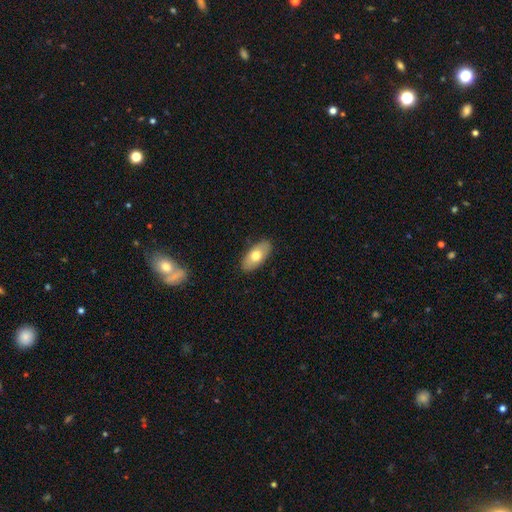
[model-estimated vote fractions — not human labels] This is likely a smooth galaxy (69%). How rounded: clearly in between (91%). Merging: clearly none (88%).